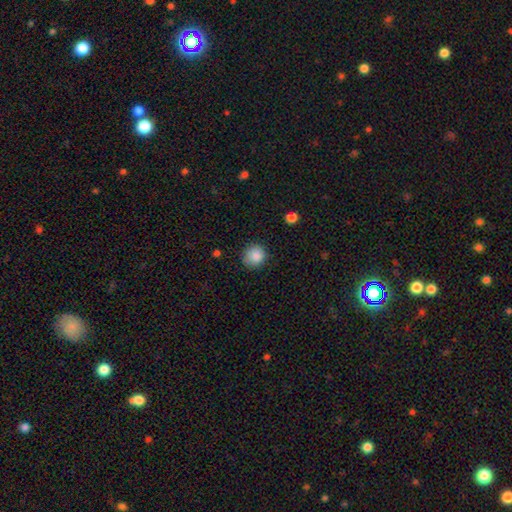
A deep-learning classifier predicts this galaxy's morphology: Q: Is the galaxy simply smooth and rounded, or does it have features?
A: smooth — 87%.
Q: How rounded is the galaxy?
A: round — 86%.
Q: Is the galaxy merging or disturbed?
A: none — 81%.